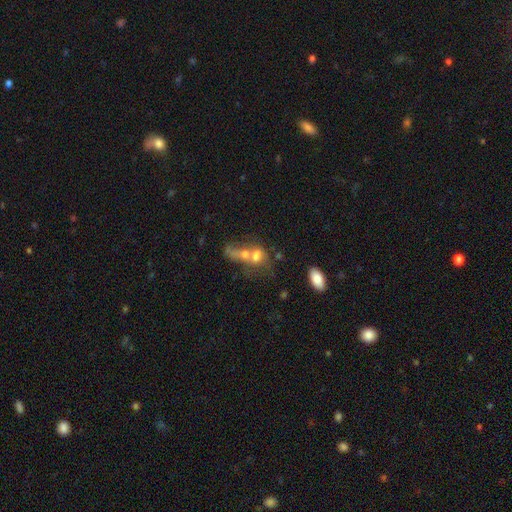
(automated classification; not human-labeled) Morphology: type=smooth (56%); roundness=in between (65%); merging=merger (67%).